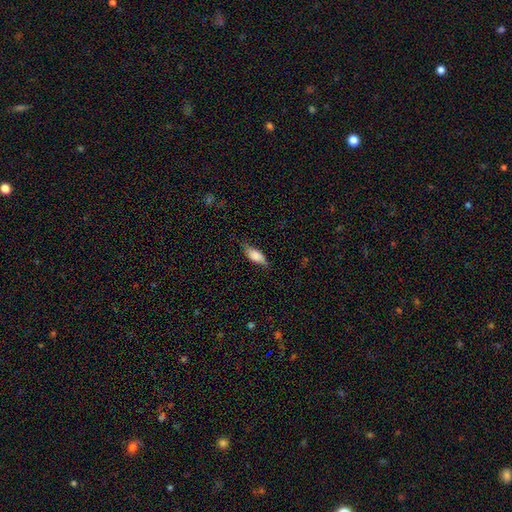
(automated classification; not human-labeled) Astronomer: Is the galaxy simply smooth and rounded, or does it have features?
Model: smooth — 73%.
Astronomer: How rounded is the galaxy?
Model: in between — 73%.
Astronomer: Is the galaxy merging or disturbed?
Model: none — 69%.